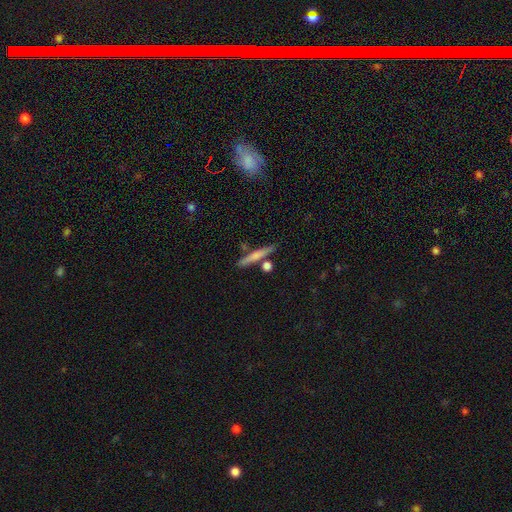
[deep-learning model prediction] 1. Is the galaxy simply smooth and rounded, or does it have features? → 61% smooth, 32% featured or disk, 6% star or artifact.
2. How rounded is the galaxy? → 91% cigar-shaped, 6% in between, 3% round.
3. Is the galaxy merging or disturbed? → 77% none, 10% minor disturbance, 10% merger, 3% major disturbance.